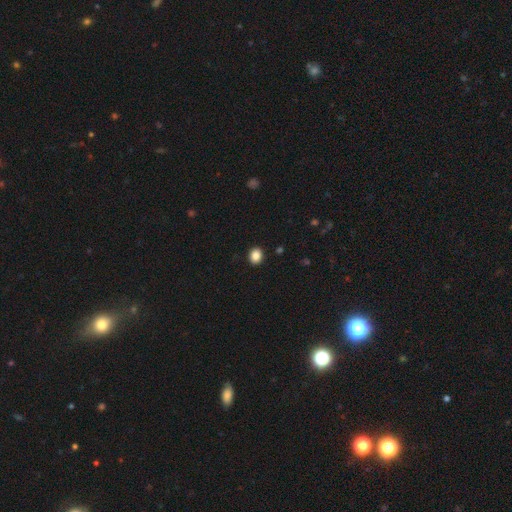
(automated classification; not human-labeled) Q: Smooth or featured?
A: smooth (86%); runner-up: star or artifact (10%)
Q: How rounded?
A: round (59%); runner-up: in between (40%)
Q: Merging?
A: none (92%); runner-up: minor disturbance (6%)